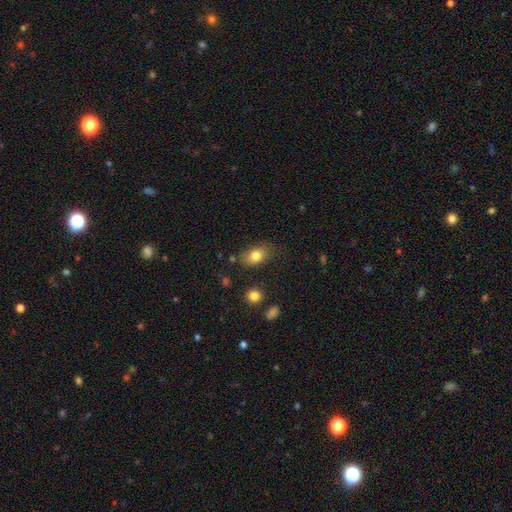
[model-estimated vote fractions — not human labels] smooth_or_featured: smooth (p=0.80) [alt: featured or disk p=0.11]
how_rounded: in between (p=0.82) [alt: round p=0.16]
merging: none (p=0.75) [alt: minor disturbance p=0.17]